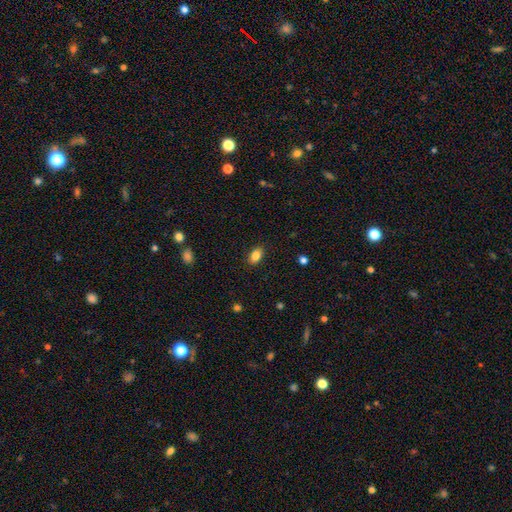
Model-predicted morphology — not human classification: The model was most divided on "how rounded": in between: 86%, round: 12%, cigar-shaped: 2%. More confident: merging — none (87%); smooth or featured — smooth (84%).